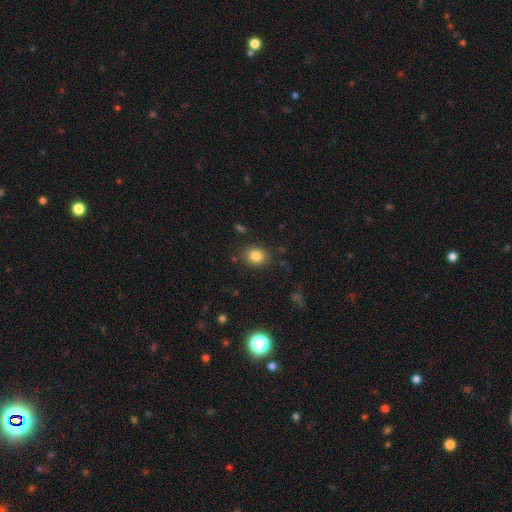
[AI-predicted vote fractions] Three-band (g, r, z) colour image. It shows a smooth galaxy with no disk features (84%) that is round (57%). Merging: none (84%).